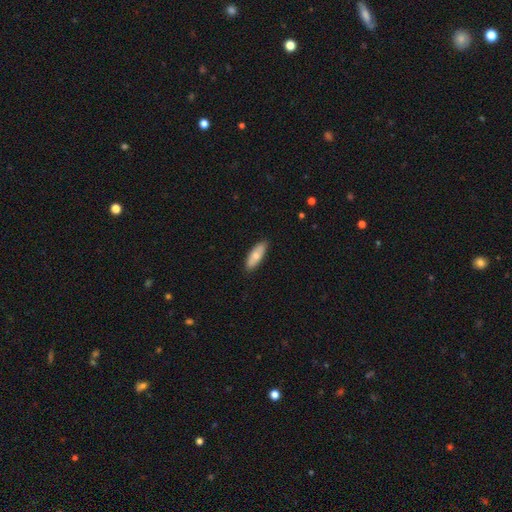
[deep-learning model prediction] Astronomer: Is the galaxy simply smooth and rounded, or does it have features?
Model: smooth — 74%.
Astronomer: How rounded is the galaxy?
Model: in between — 65%.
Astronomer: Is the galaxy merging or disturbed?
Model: none — 87%.